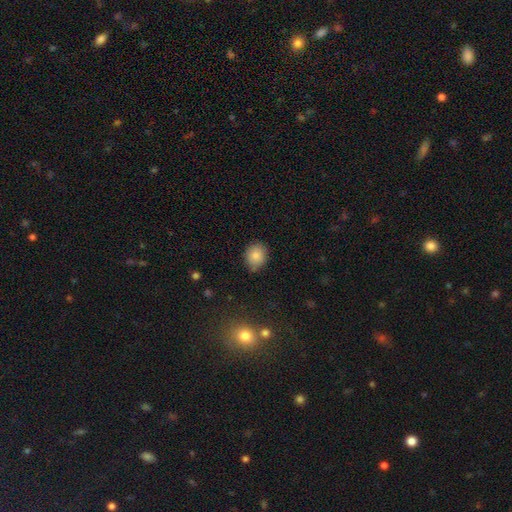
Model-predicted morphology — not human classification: Overall: smooth (83%). How rounded: round (64%; in between 35%). Merging: none (81%).